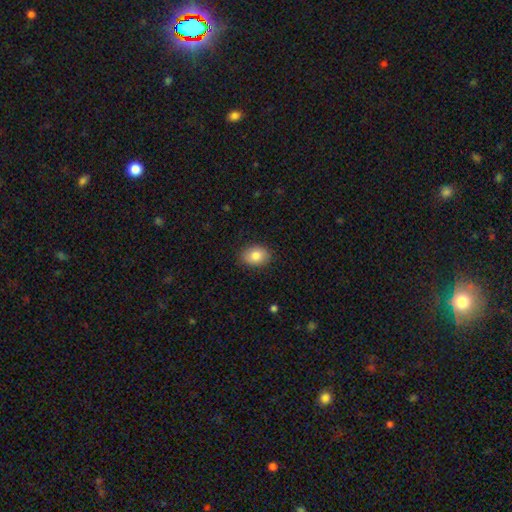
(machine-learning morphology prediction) Q: Smooth or featured?
A: smooth (84%); runner-up: featured or disk (9%)
Q: How rounded?
A: in between (74%); runner-up: round (25%)
Q: Merging?
A: none (88%); runner-up: minor disturbance (9%)